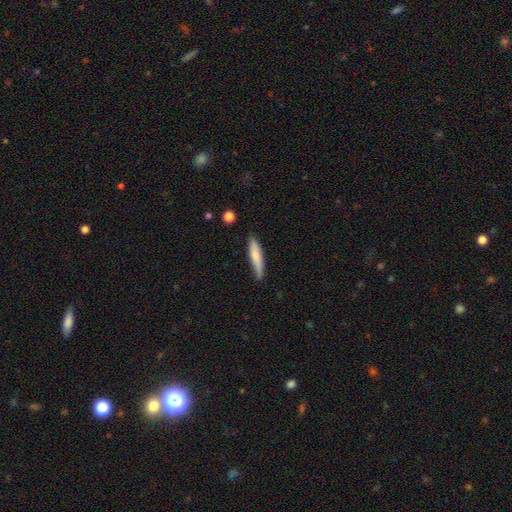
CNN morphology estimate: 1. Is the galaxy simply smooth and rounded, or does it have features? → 74% smooth, 21% featured or disk, 6% star or artifact.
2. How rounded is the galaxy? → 85% cigar-shaped, 14% in between, 1% round.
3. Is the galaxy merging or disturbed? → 75% none, 20% minor disturbance, 3% major disturbance, 2% merger.